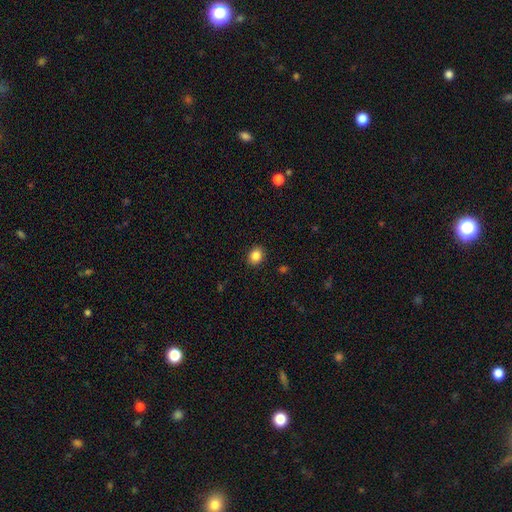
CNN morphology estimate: Smooth or featured? Predicted: smooth (p=0.85). How rounded? Predicted: round (p=0.59). Merging? Predicted: none (p=0.90).